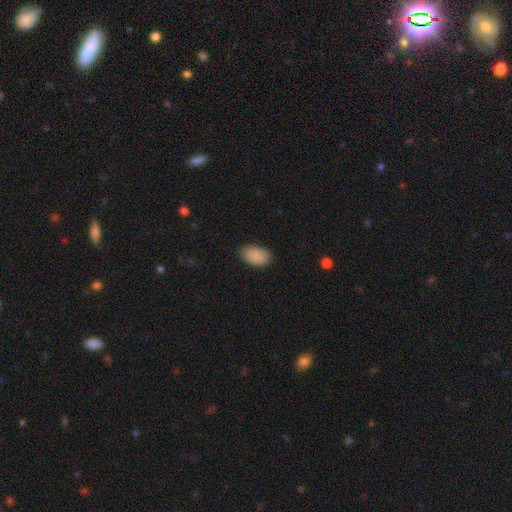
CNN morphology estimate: This appears to be a smooth galaxy with no disk features (90%) that is in between round and cigar-shaped (93%). Merging: none (84%).